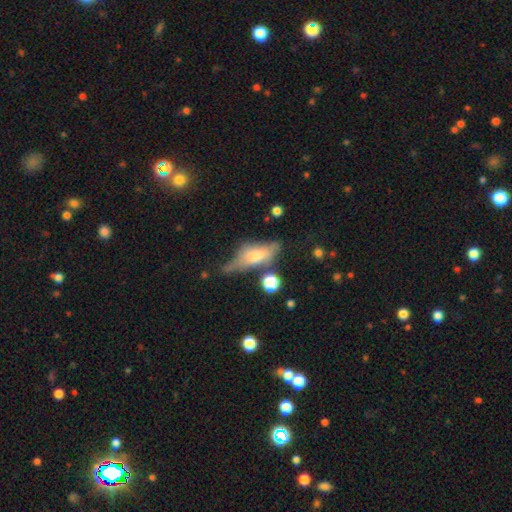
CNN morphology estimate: The model was most divided on "merging": none: 43%, minor disturbance: 32%, major disturbance: 17%, merger: 8%. More confident: how rounded — in between (64%); smooth or featured — smooth (51%).